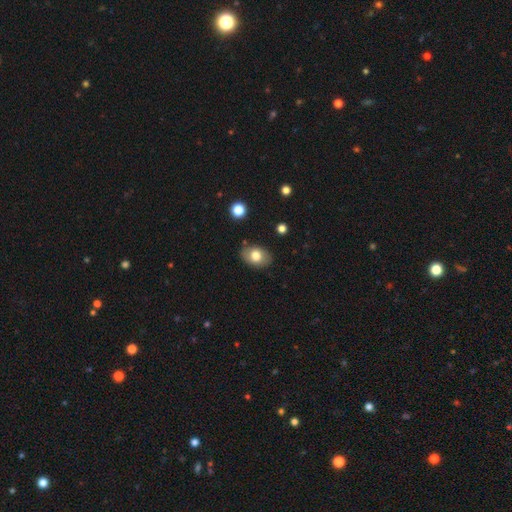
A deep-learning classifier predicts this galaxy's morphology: Q: Smooth or featured?
A: smooth (76%); runner-up: featured or disk (15%)
Q: How rounded?
A: in between (76%); runner-up: round (22%)
Q: Merging?
A: none (82%); runner-up: minor disturbance (13%)